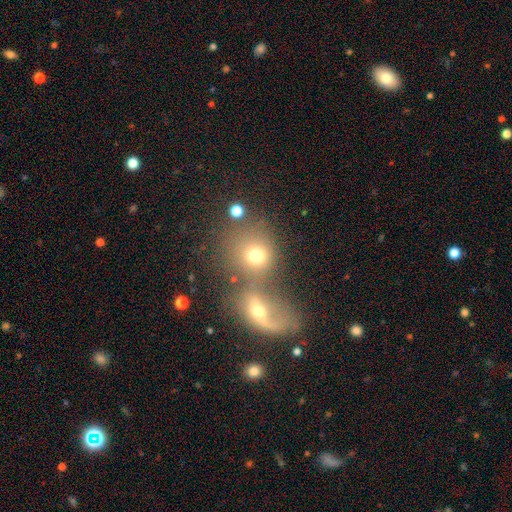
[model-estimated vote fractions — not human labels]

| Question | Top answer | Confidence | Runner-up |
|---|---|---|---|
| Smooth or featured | smooth | 70% | featured or disk (16%) |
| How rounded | round | 75% | in between (24%) |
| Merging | merger | 51% | none (35%) |